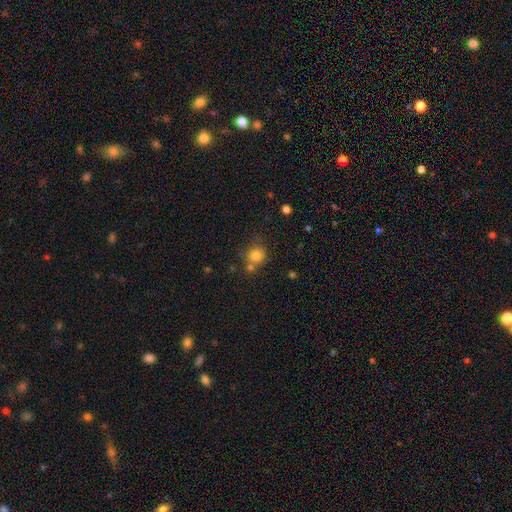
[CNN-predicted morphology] This appears to be a smooth galaxy with no disk features (81%) that is round (89%). Merging: none (63%).